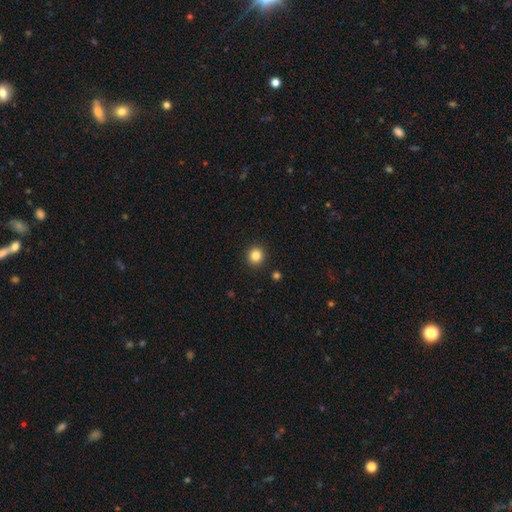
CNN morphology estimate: This is clearly a smooth galaxy (84%). How rounded: clearly round (91%). Merging: clearly none (92%).